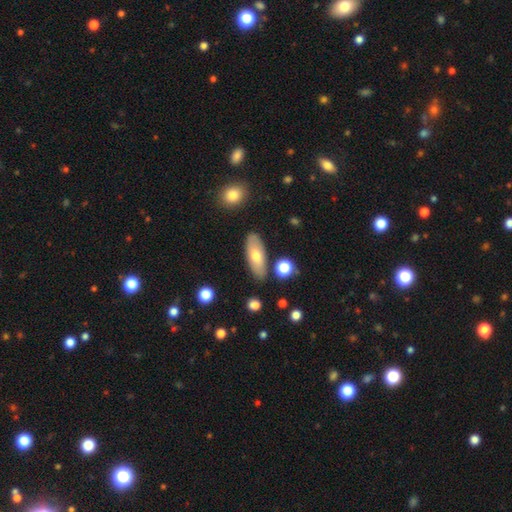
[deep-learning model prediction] A smooth galaxy with no disk features (65%) that is in between round and cigar-shaped (74%).

Vote fractions:
- Smooth or featured? smooth: 65% / featured or disk: 28% / star or artifact: 7%
- How rounded? in between: 74% / cigar-shaped: 23% / round: 3%
- Merging? none: 83% / minor disturbance: 11% / merger: 3% / major disturbance: 3%